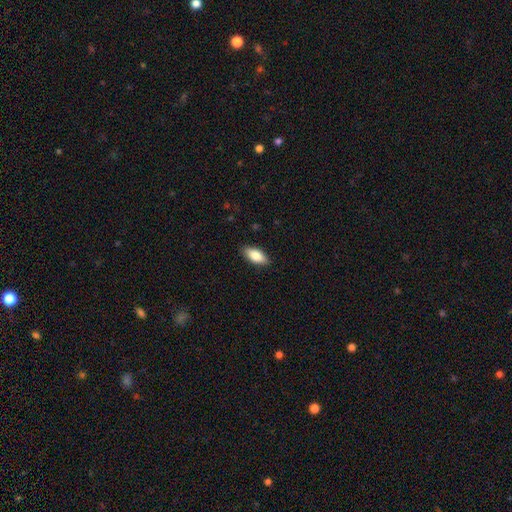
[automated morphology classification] Q: Smooth or featured?
A: smooth (82%); runner-up: featured or disk (12%)
Q: How rounded?
A: in between (85%); runner-up: cigar-shaped (13%)
Q: Merging?
A: none (88%); runner-up: minor disturbance (9%)